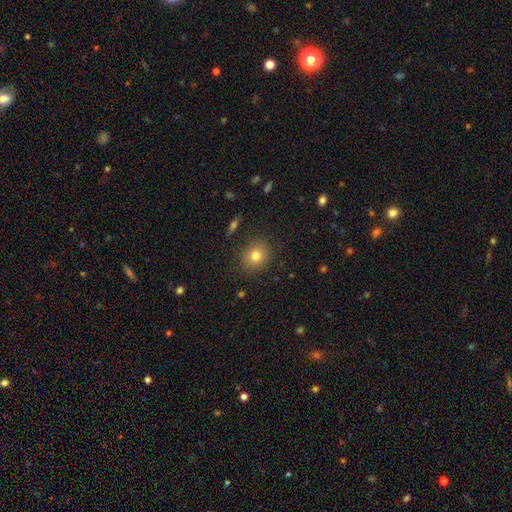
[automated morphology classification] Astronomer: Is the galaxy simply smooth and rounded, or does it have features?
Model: smooth — 79%.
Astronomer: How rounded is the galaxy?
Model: round — 77%.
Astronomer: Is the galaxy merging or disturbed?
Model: none — 87%.